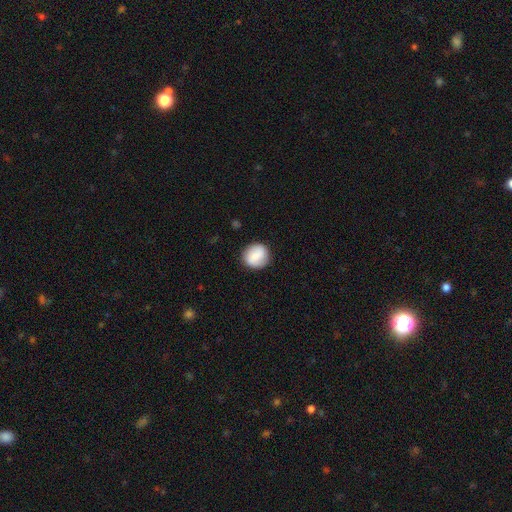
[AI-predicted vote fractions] Morphology: type=smooth (71%); roundness=round (88%); merging=none (86%).